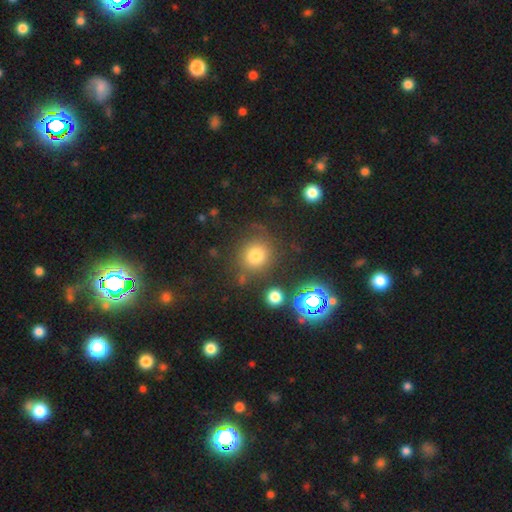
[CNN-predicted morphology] Smooth or featured?
  - smooth: 73% *
  - star or artifact: 17%
  - featured or disk: 9%
How rounded?
  - round: 87% *
  - in between: 12%
  - cigar-shaped: 1%
Merging?
  - none: 76% *
  - minor disturbance: 12%
  - major disturbance: 6%
  - merger: 6%